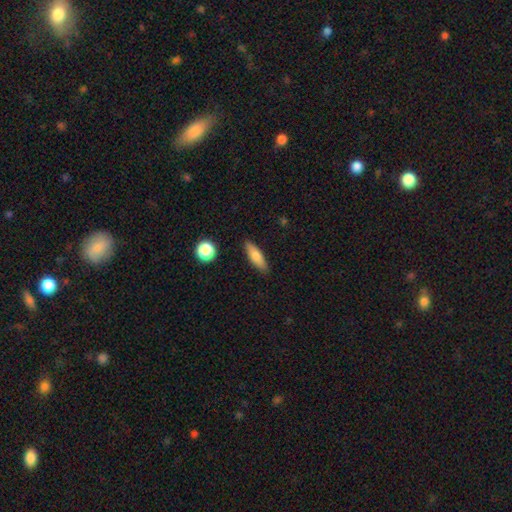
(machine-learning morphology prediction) Overall: smooth (74%). How rounded: cigar-shaped (52%; in between 45%). Merging: none (88%).